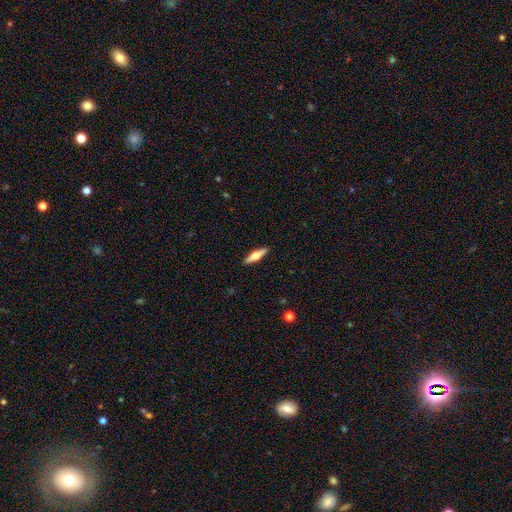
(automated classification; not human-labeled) The model was most divided on "smooth or featured": featured or disk: 57%, smooth: 37%, star or artifact: 6%. More confident: edge-on disk — yes (96%); edge-on bulge — rounded (94%); merging — none (91%).